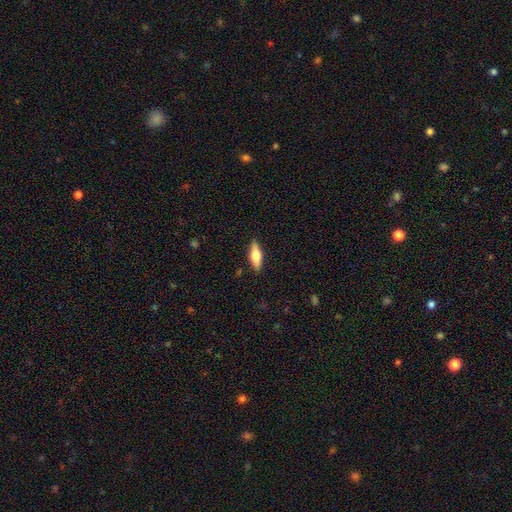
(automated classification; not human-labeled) smooth-or-featured: smooth: 52% | featured or disk: 41% | star or artifact: 6%
  how-rounded: in between: 58% | cigar-shaped: 39% | round: 3%
  merging: none: 89% | minor disturbance: 8% | major disturbance: 2% | merger: 1%